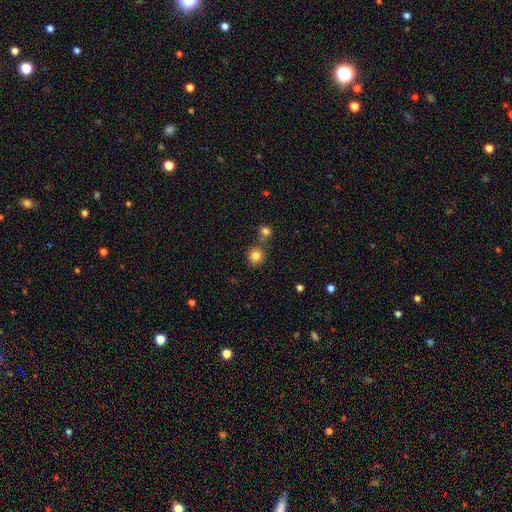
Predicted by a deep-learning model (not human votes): A smooth galaxy with no disk features (82%) that is round (91%). Merging: none (72%).